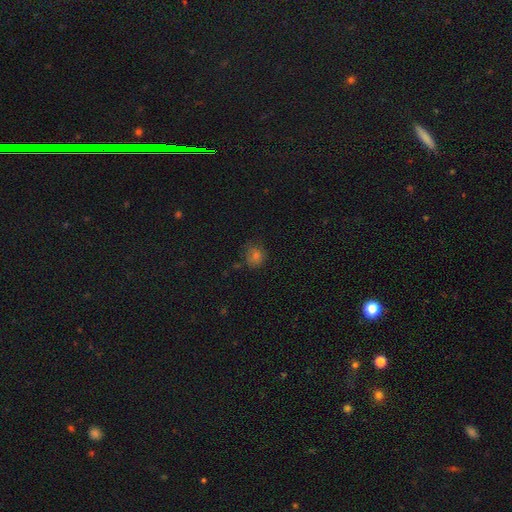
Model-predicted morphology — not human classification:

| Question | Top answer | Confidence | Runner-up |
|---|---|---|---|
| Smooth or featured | smooth | 68% | star or artifact (21%) |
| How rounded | round | 83% | in between (16%) |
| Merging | none | 72% | minor disturbance (19%) |